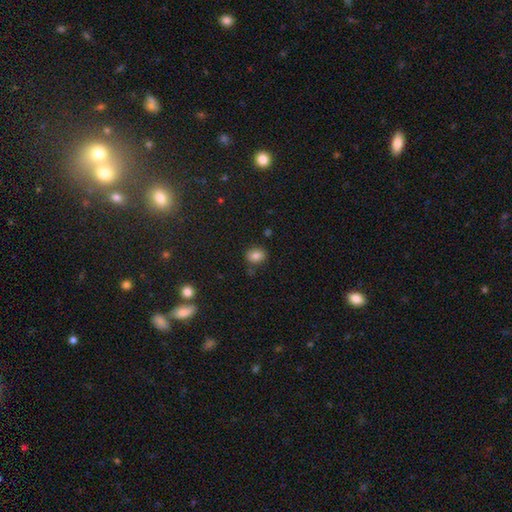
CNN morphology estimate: type=smooth (82%); roundness=in between (50%); merging=none (79%).